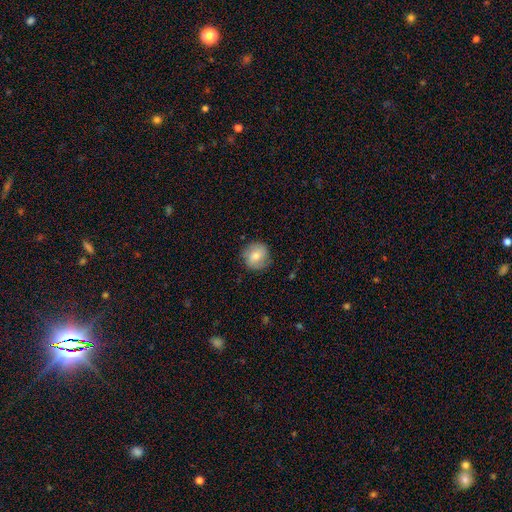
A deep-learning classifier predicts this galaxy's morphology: Q: Smooth or featured?
A: smooth (65%); runner-up: featured or disk (27%)
Q: How rounded?
A: round (90%); runner-up: in between (9%)
Q: Merging?
A: none (82%); runner-up: minor disturbance (13%)